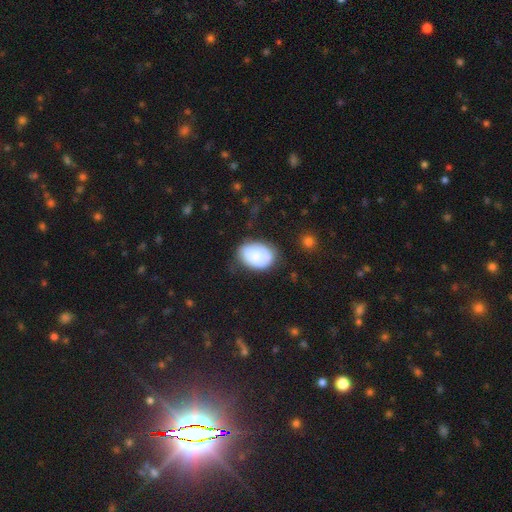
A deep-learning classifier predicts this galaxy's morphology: This appears to be a smooth galaxy with no disk features (60%) that is in between round and cigar-shaped (76%). Merging: none (42%).